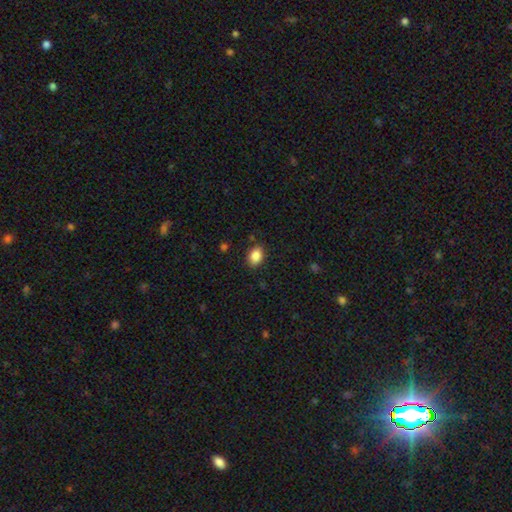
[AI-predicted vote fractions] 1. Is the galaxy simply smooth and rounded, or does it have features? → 87% smooth, 8% star or artifact, 5% featured or disk.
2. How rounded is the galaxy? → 76% in between, 23% round, 1% cigar-shaped.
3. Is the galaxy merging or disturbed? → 86% none, 10% minor disturbance, 2% major disturbance, 1% merger.